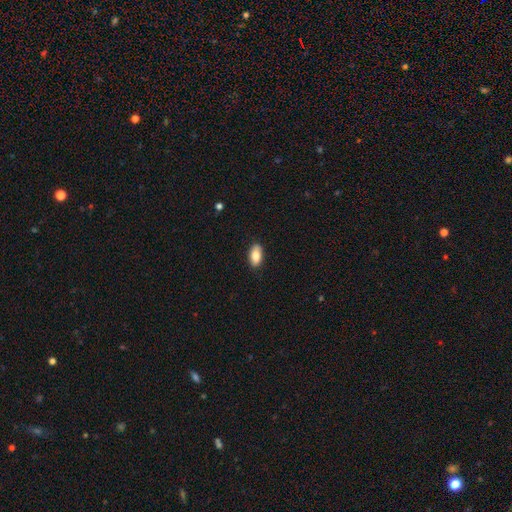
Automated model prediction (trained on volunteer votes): Smooth or featured? smooth (83%)
How rounded? in between (91%)
Merging? none (86%)